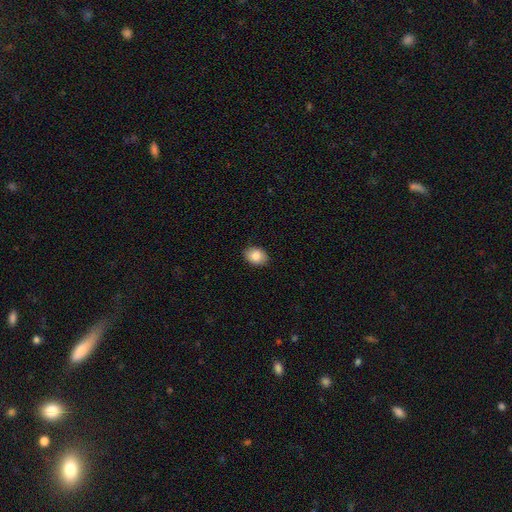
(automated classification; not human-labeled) smooth_or_featured: smooth (p=0.87) [alt: star or artifact p=0.07]
how_rounded: in between (p=0.70) [alt: round p=0.29]
merging: none (p=0.89) [alt: minor disturbance p=0.08]